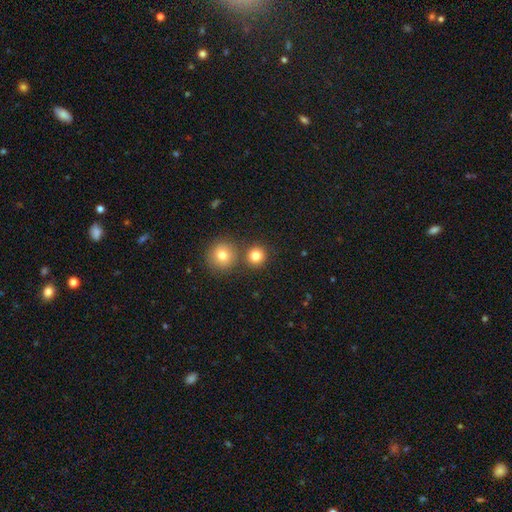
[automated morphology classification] smooth-or-featured: smooth: 81% | star or artifact: 12% | featured or disk: 7%
  how-rounded: round: 91% | in between: 8% | cigar-shaped: 1%
  merging: none: 77% | merger: 14% | minor disturbance: 6% | major disturbance: 2%